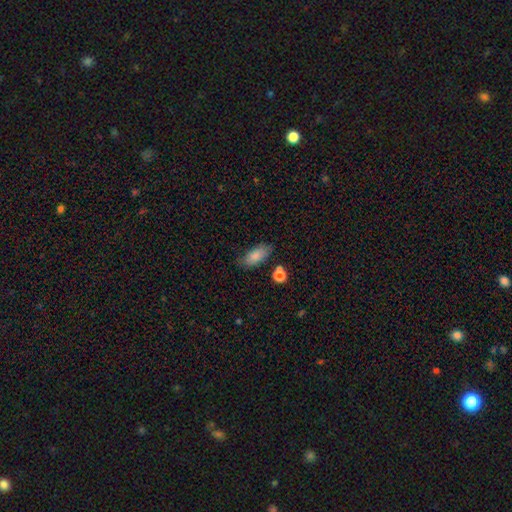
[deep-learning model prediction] The model was most divided on "merging": none: 75%, minor disturbance: 16%, merger: 4%, major disturbance: 4%. More confident: how rounded — in between (87%); smooth or featured — smooth (84%).